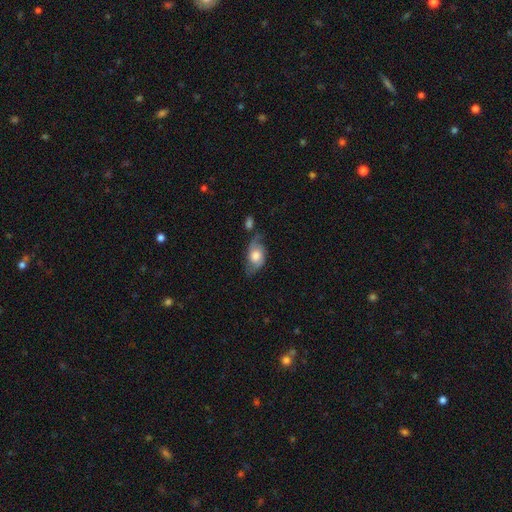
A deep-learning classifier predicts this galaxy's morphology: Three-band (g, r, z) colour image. It shows a smooth galaxy with no disk features (48%). Merging: none (47%).